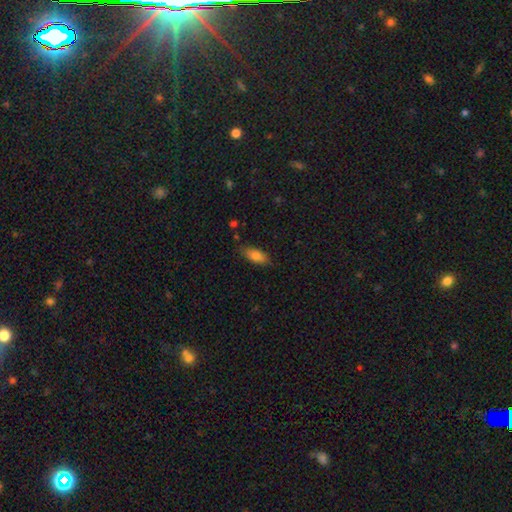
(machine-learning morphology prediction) A smooth galaxy with no disk features (80%) that is in between round and cigar-shaped (79%). Merging: none (80%).